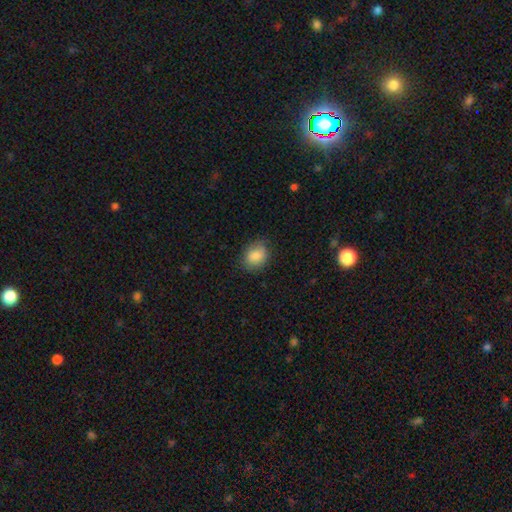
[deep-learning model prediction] A smooth galaxy with no disk features (86%) that is in between round and cigar-shaped (55%). Merging: none (79%).